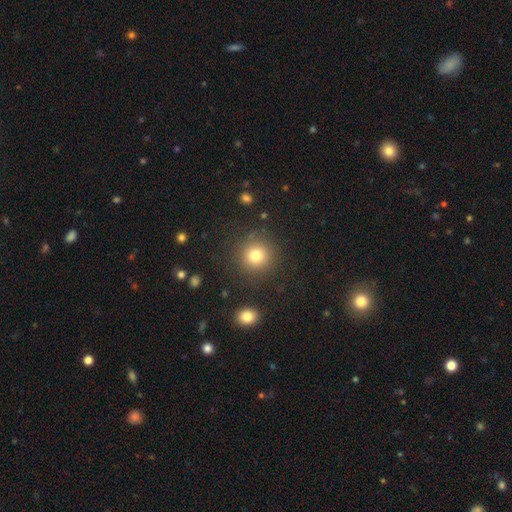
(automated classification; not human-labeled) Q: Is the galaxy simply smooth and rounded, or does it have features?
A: smooth — 79%.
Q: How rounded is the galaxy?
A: round — 94%.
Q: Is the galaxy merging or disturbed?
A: none — 88%.